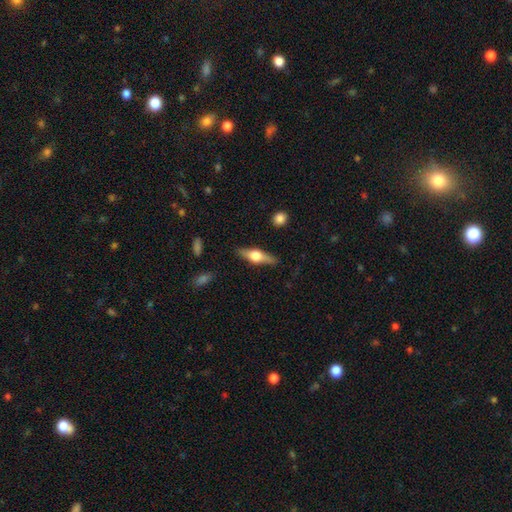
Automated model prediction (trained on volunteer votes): featured or disk 61%, smooth 33%, star or artifact 6%. Down the decision tree: edge-on disk — yes (95%); edge-on bulge — rounded (94%); merging — none (86%).